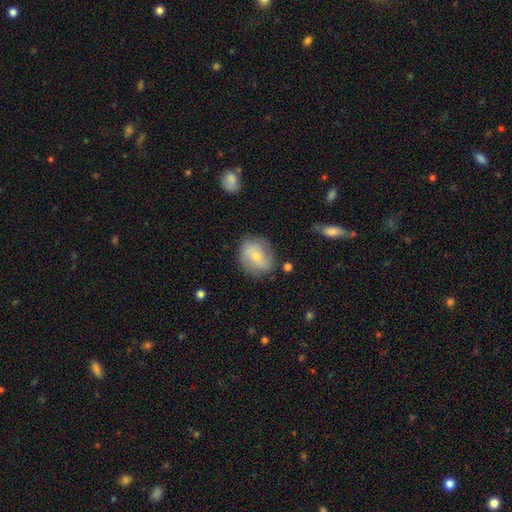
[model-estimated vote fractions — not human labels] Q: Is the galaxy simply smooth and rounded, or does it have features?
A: smooth — 52%.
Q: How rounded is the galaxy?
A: round — 62%.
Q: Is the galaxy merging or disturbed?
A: none — 75%.